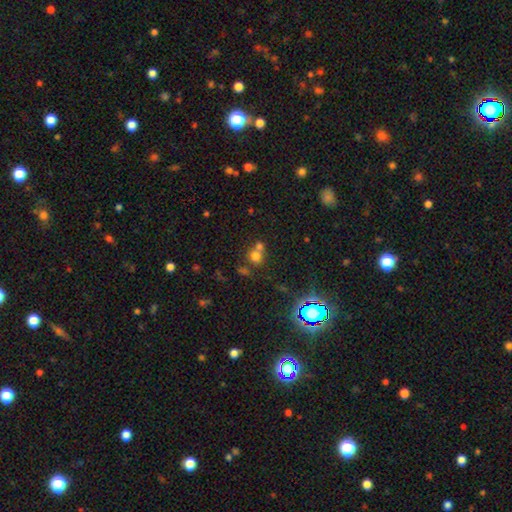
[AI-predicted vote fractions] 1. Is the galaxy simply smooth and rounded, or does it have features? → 66% smooth, 22% star or artifact, 12% featured or disk.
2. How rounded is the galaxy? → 73% round, 26% in between, 1% cigar-shaped.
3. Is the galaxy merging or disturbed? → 51% merger, 39% none, 7% minor disturbance, 4% major disturbance.